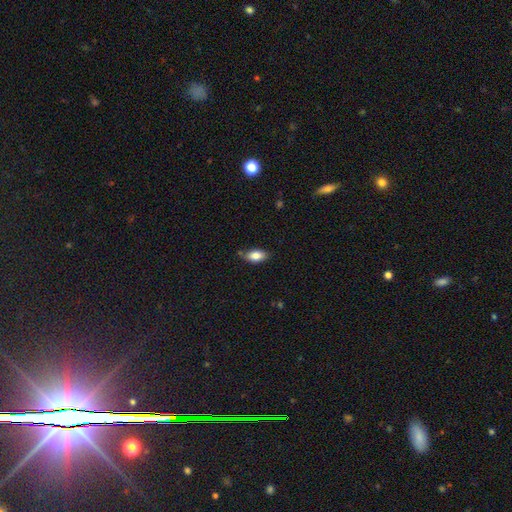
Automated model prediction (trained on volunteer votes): Smooth or featured? smooth (83%)
How rounded? in between (90%)
Merging? none (76%)